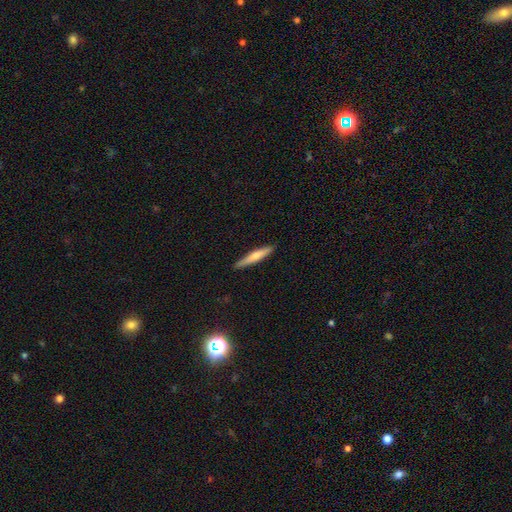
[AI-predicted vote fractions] Morphology: type=smooth (63%); roundness=cigar-shaped (92%); merging=none (89%).